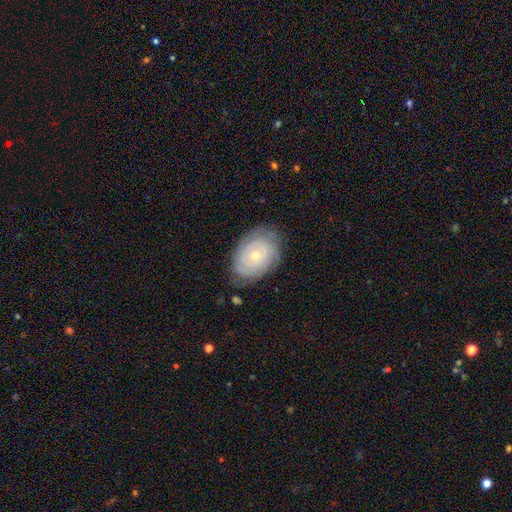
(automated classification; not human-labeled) smooth-or-featured: featured or disk: 72% | smooth: 21% | star or artifact: 7%
  disk-edge-on: no: 96% | yes: 4%
    bar: no: 83% | weak: 14% | strong: 3%
    has-spiral-arms: yes: 85% | no: 15%
      spiral-winding: tight: 80% | medium: 15% | loose: 5%
      spiral-arm-count: can't tell: 49% | 2: 22% | 3: 12% | 4: 7% | 1: 5% | more than 4: 5%
    bulge-size: small: 62% | moderate: 35% | large: 1% | none: 1% | dominant: 1%
  merging: none: 75% | minor disturbance: 18% | major disturbance: 6% | merger: 1%